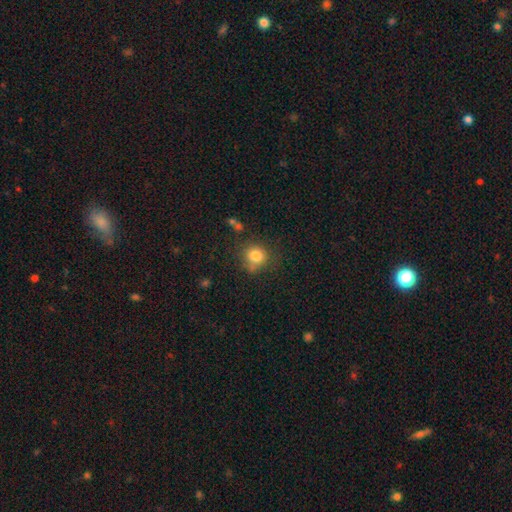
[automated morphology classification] Q: Smooth or featured?
A: smooth (81%); runner-up: star or artifact (11%)
Q: How rounded?
A: round (85%); runner-up: in between (15%)
Q: Merging?
A: none (69%); runner-up: minor disturbance (19%)